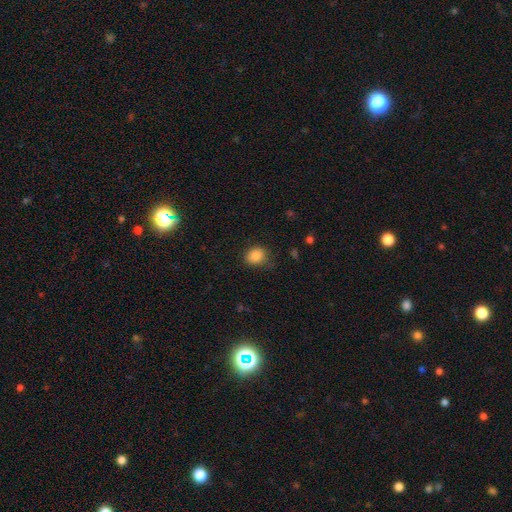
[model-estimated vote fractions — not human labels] This is clearly a smooth galaxy (86%). How rounded: possibly round (58%). Merging: likely none (72%).